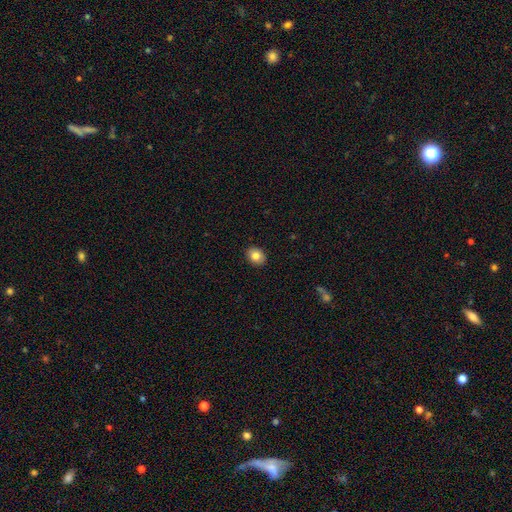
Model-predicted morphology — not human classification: Smooth or featured?
  - smooth: 82% *
  - star or artifact: 9%
  - featured or disk: 9%
How rounded?
  - round: 51% *
  - in between: 48%
  - cigar-shaped: 1%
Merging?
  - none: 90% *
  - minor disturbance: 7%
  - major disturbance: 2%
  - merger: 1%